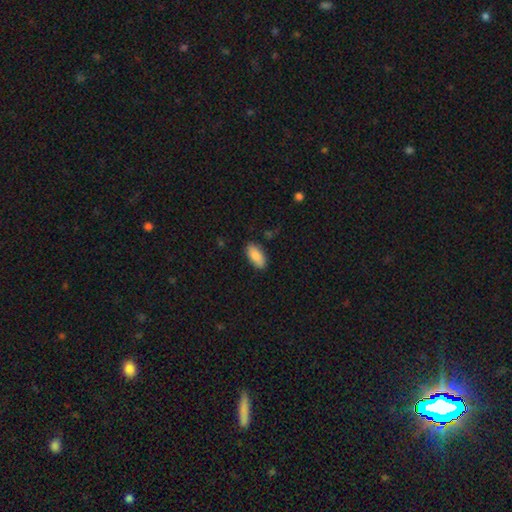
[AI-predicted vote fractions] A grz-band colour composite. It shows a smooth galaxy with no disk features (87%) that is in between round and cigar-shaped (89%). Merging: none (84%).